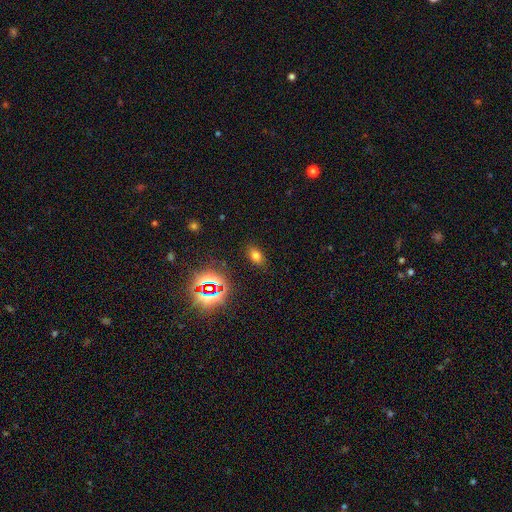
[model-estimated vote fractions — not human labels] A smooth galaxy with no disk features (65%) that is in between round and cigar-shaped (84%).

Vote fractions:
- Smooth or featured? smooth: 65% / star or artifact: 25% / featured or disk: 10%
- How rounded? in between: 84% / round: 13% / cigar-shaped: 3%
- Merging? none: 85% / minor disturbance: 10% / major disturbance: 3% / merger: 2%